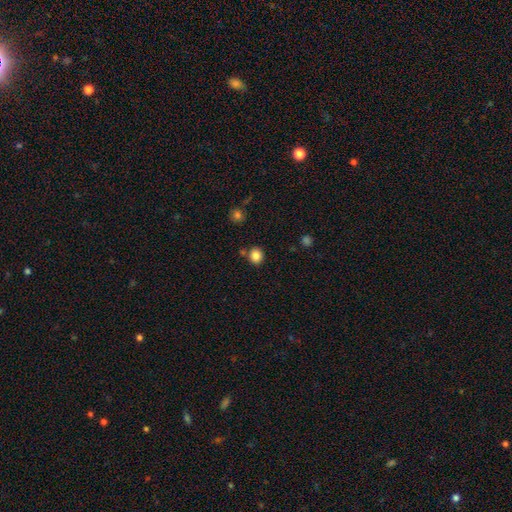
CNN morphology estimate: A smooth galaxy with no disk features (85%) that is round (74%). Merging: none (81%).